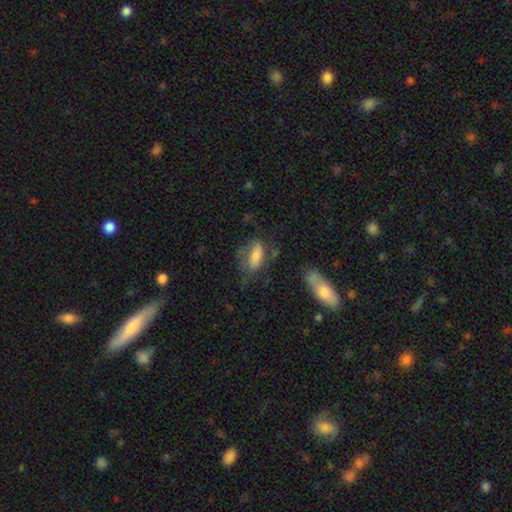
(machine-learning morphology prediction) Overall: smooth (69%). How rounded: in between (83%). Merging: none (46%; minor disturbance 27%).